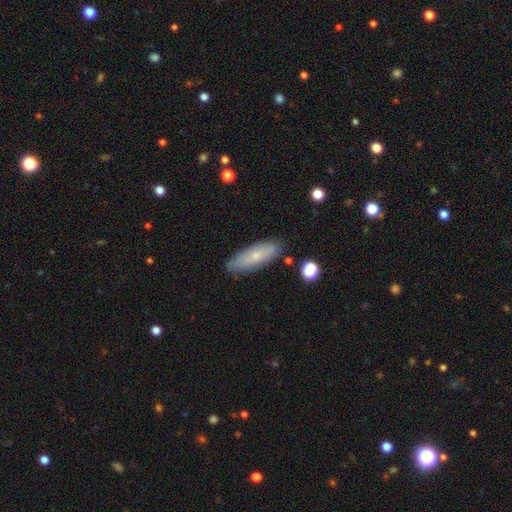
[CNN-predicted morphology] Smooth or featured?
  - smooth: 65% *
  - featured or disk: 28%
  - star or artifact: 7%
How rounded?
  - in between: 51% *
  - cigar-shaped: 46%
  - round: 2%
Merging?
  - none: 85% *
  - minor disturbance: 11%
  - major disturbance: 2%
  - merger: 2%